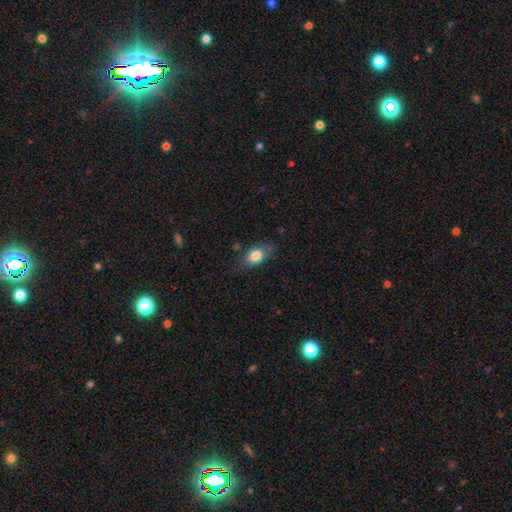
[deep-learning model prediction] smooth 80%, featured or disk 12%, star or artifact 8%. Down the decision tree: how rounded — in between (82%); merging — none (70%).